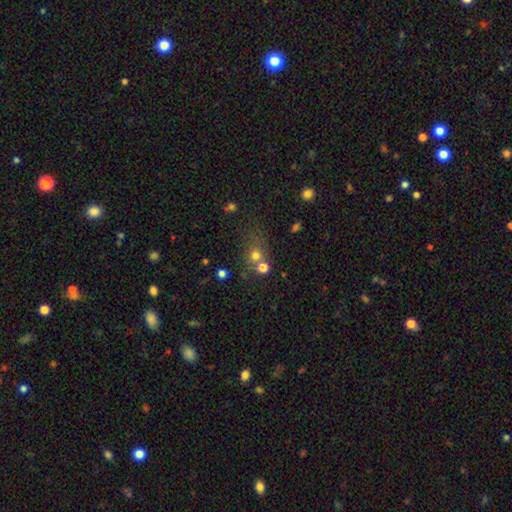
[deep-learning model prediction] Smooth or featured? smooth (68%)
How rounded? round (81%)
Merging? none (51%)